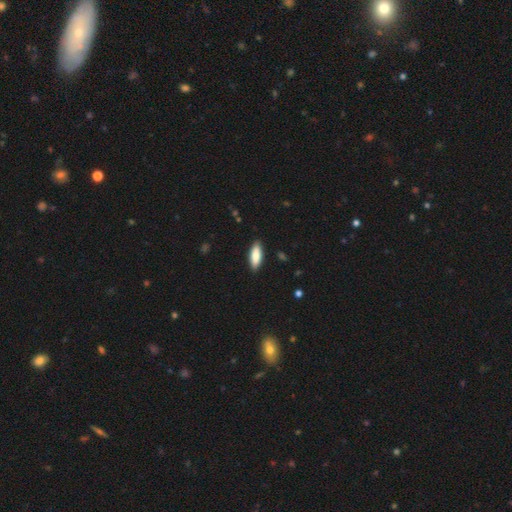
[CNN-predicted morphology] Overall: smooth (83%). How rounded: in between (60%; cigar-shaped 38%). Merging: none (88%).